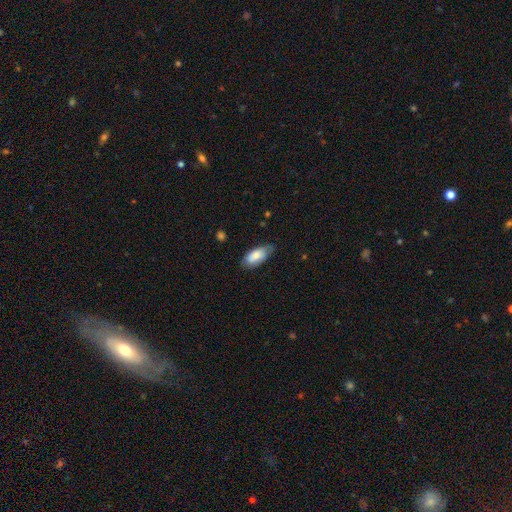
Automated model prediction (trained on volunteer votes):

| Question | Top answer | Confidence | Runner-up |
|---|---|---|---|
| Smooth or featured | smooth | 77% | featured or disk (16%) |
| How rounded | in between | 90% | cigar-shaped (8%) |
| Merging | none | 66% | minor disturbance (28%) |